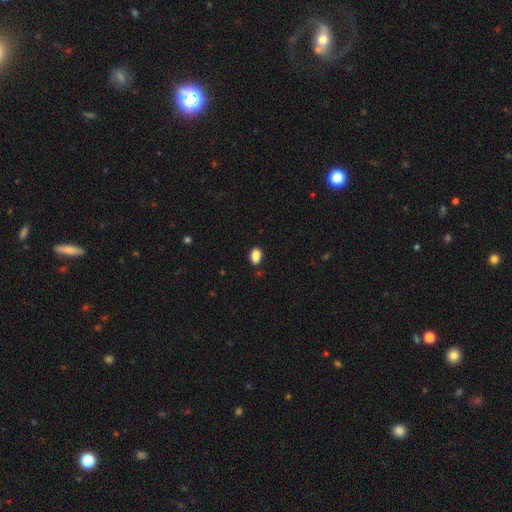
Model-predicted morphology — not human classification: Q: Smooth or featured?
A: smooth (88%); runner-up: star or artifact (9%)
Q: How rounded?
A: in between (86%); runner-up: round (13%)
Q: Merging?
A: none (82%); runner-up: minor disturbance (14%)